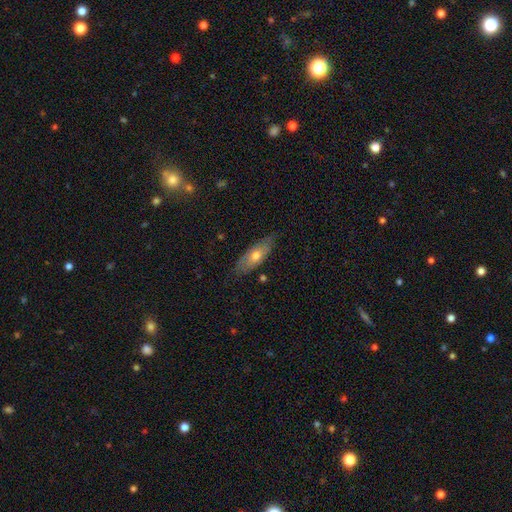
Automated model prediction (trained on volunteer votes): smooth 61%, featured or disk 33%, star or artifact 6%. Down the decision tree: how rounded — in between (69%); merging — none (77%).